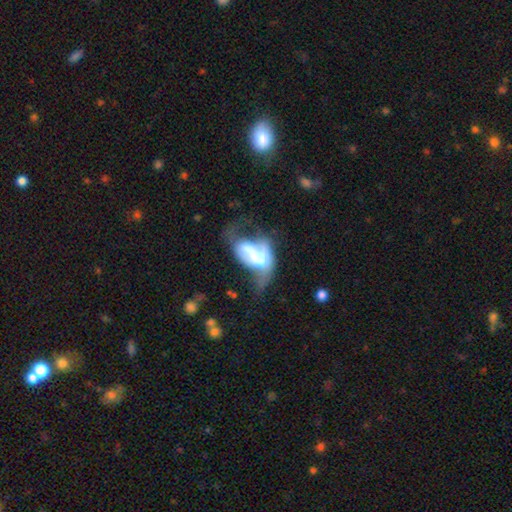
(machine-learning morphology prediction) type=featured or disk (53%); edge-on=no (93%); merging=major disturbance (39%).